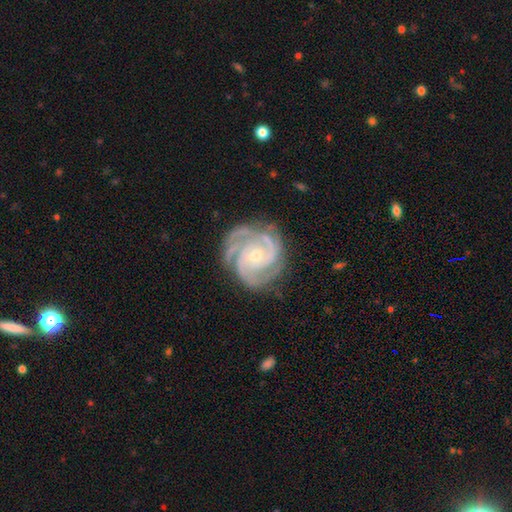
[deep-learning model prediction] Smooth or featured?
  - featured or disk: 92% *
  - star or artifact: 4%
  - smooth: 3%
Edge-on disk?
  - no: 98% *
  - yes: 2%
Bar?
  - no: 69% *
  - weak: 24%
  - strong: 7%
Spiral arms?
  - yes: 99% *
  - no: 1%
Spiral winding?
  - tight: 70% *
  - medium: 27%
  - loose: 3%
Spiral arm count?
  - 3: 56% *
  - 4: 15%
  - 2: 13%
  - can't tell: 7%
  - more than 4: 4%
  - 1: 4%
Bulge size?
  - small: 52% *
  - moderate: 45%
  - large: 1%
  - none: 1%
  - dominant: 1%
Merging?
  - none: 78% *
  - minor disturbance: 16%
  - major disturbance: 5%
  - merger: 1%